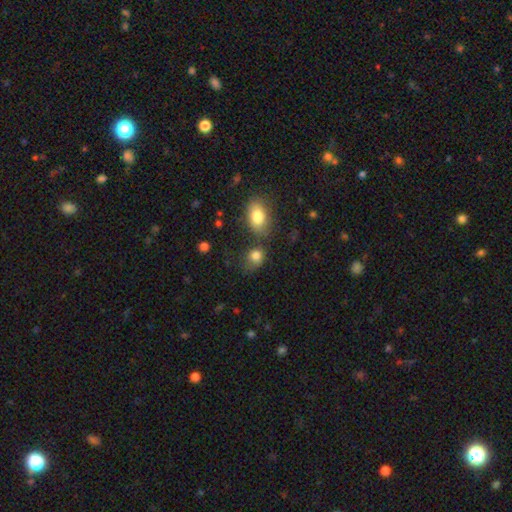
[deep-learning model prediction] Overall: smooth (83%). How rounded: round (53%; in between 45%). Merging: none (58%; minor disturbance 19%).